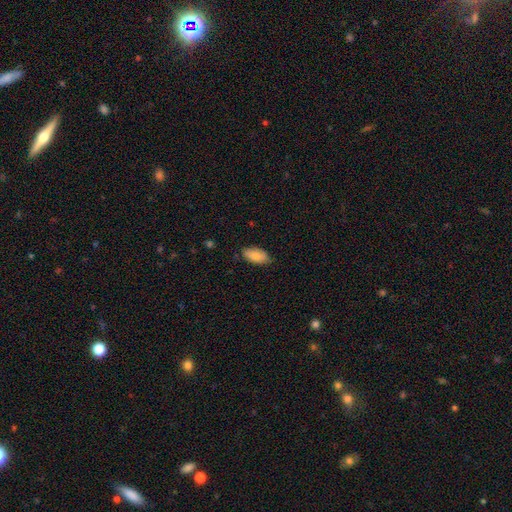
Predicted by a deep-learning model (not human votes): smooth 83%, featured or disk 10%, star or artifact 6%. Down the decision tree: how rounded — in between (93%); merging — none (81%).